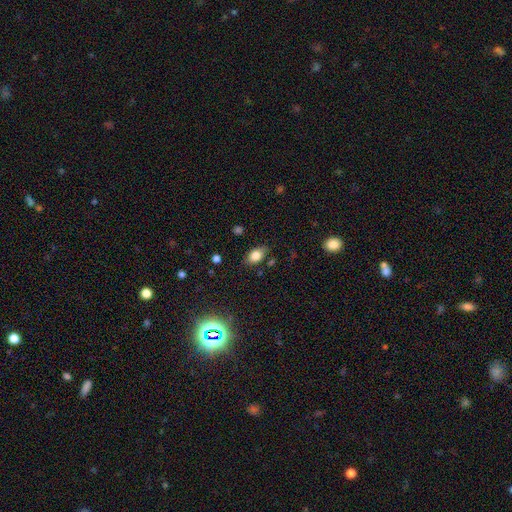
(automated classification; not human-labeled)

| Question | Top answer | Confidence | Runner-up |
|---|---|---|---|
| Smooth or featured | smooth | 80% | star or artifact (10%) |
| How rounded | in between | 84% | round (14%) |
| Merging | none | 79% | minor disturbance (15%) |